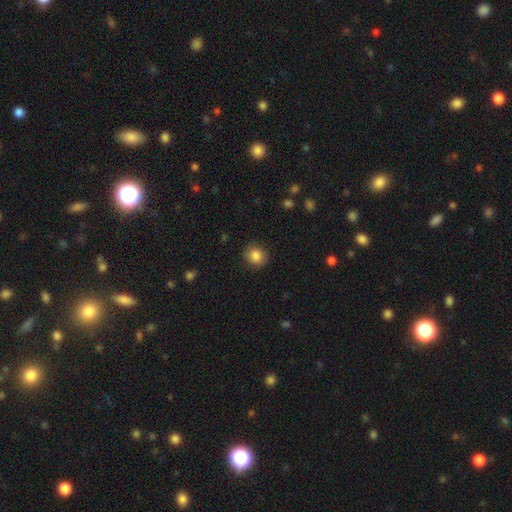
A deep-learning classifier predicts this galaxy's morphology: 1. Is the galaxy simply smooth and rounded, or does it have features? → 86% smooth, 9% star or artifact, 5% featured or disk.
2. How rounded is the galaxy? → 80% round, 19% in between, 1% cigar-shaped.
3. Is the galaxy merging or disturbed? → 88% none, 9% minor disturbance, 2% major disturbance, 1% merger.